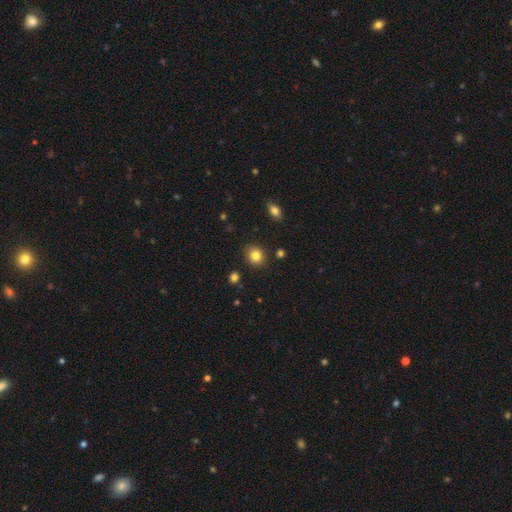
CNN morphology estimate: smooth_or_featured: smooth (p=0.83) [alt: star or artifact p=0.11]
how_rounded: round (p=0.70) [alt: in between p=0.29]
merging: none (p=0.86) [alt: minor disturbance p=0.09]